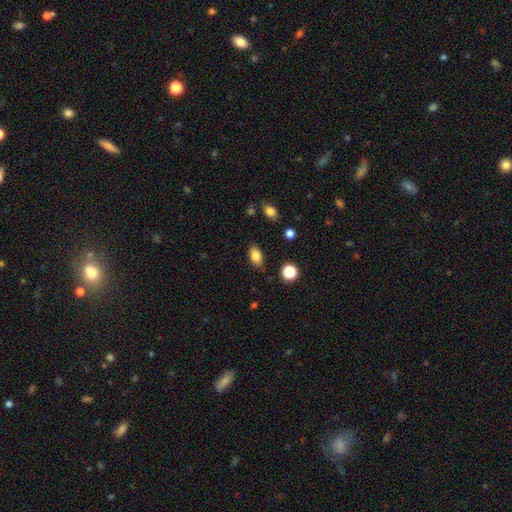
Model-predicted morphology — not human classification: This is clearly a smooth galaxy (83%). How rounded: clearly in between (87%). Merging: clearly none (83%).